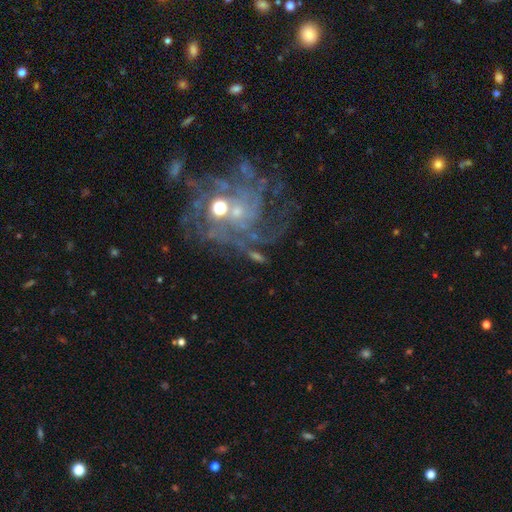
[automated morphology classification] featured or disk 75%, star or artifact 15%, smooth 10%. Down the decision tree: edge-on disk — no (97%); bar — no (77%); spiral arms — yes (89%); spiral arm count — can't tell (27%); spiral winding — tight (46%); bulge size — small (51%); merging — none (52%).